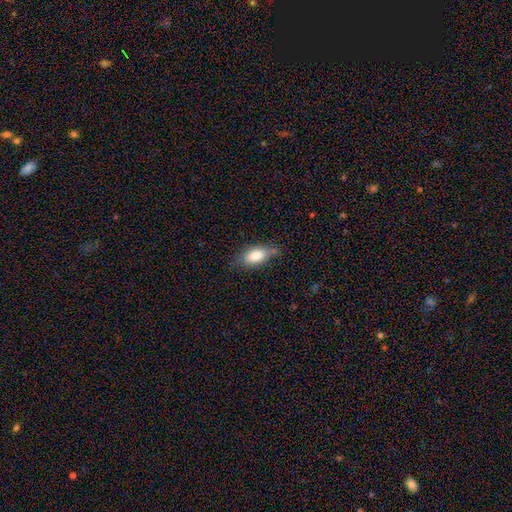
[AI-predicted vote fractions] Smooth or featured: smooth — 82% (featured or disk — 11%)
How rounded: in between — 87% (cigar-shaped — 10%)
Merging: none — 66% (minor disturbance — 25%)